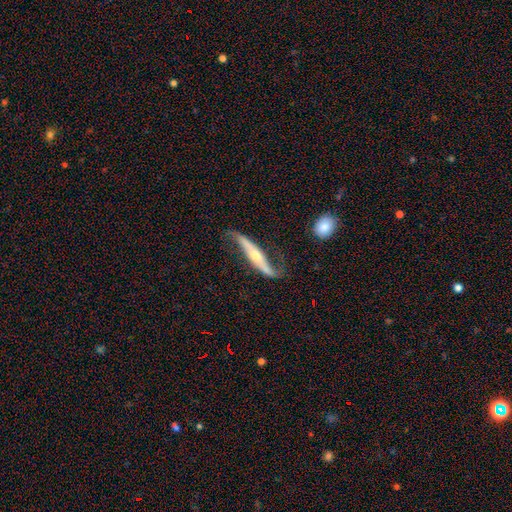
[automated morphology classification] featured or disk 84%, smooth 11%, star or artifact 5%. Down the decision tree: edge-on disk — no (60%); bar — no (41%); spiral arms — yes (92%); bulge size — small (51%); merging — none (57%).